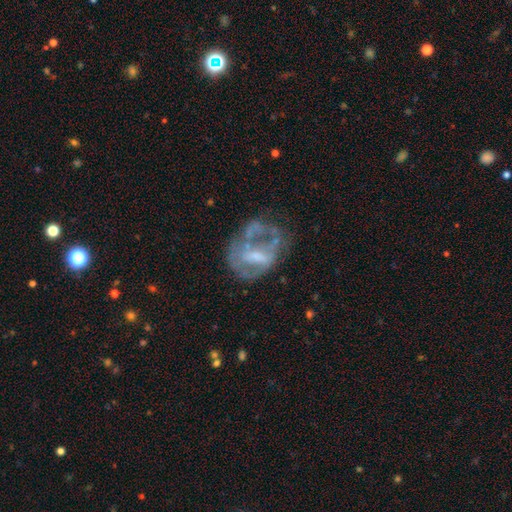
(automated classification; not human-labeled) Overall: featured or disk (66%). Edge-on disk: no (97%). Bar: no (48%; weak 37%). Spiral arms: no (71%). Bulge size: moderate (35%; small 30%). Merging: major disturbance (36%; none 35%).